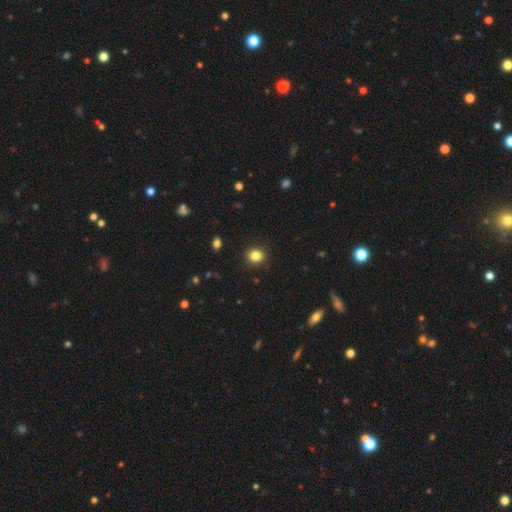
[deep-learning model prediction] This appears to be a smooth galaxy with no disk features (84%) that is round (67%). Merging: none (91%).